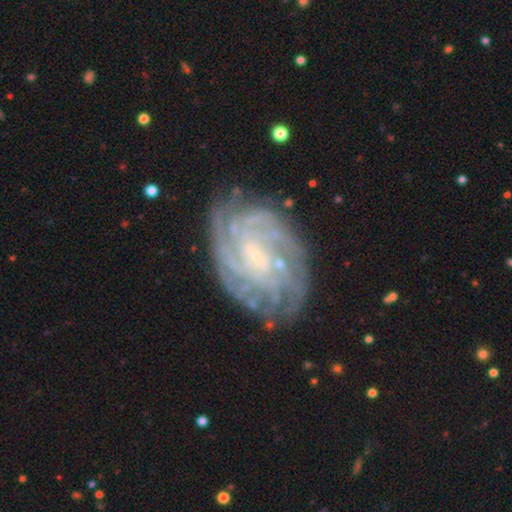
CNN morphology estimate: A featured or disk galaxy (86%) with a weak bar (45%), tight (71%) spiral arms (96%) and a small central bulge (73%).

Vote fractions:
- Smooth or featured? featured or disk: 86% / smooth: 8% / star or artifact: 7%
- Edge-on disk? no: 97% / yes: 3%
- Bar? weak: 45% / no: 42% / strong: 13%
- Spiral arms? yes: 96% / no: 4%
- Spiral winding? tight: 71% / medium: 23% / loose: 5%
- Spiral arm count? can't tell: 34% / 4: 21% / more than 4: 13% / 3: 13% / 2: 12% / 1: 7%
- Bulge size? small: 73% / none: 14% / moderate: 11% / large: 1% / dominant: 1%
- Merging? none: 75% / minor disturbance: 16% / major disturbance: 7% / merger: 2%